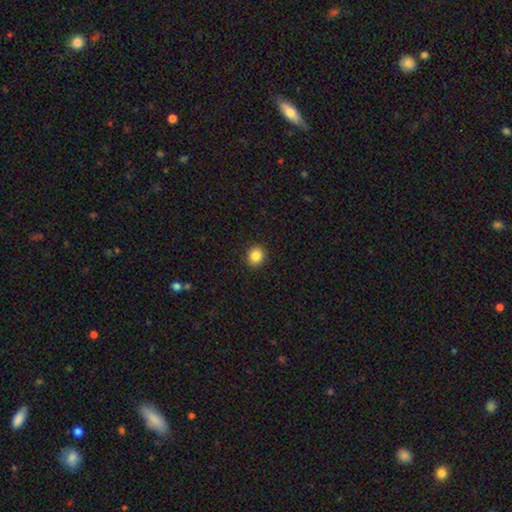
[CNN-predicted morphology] Smooth or featured: smooth — 86% (star or artifact — 10%)
How rounded: round — 83% (in between — 16%)
Merging: none — 92% (minor disturbance — 5%)